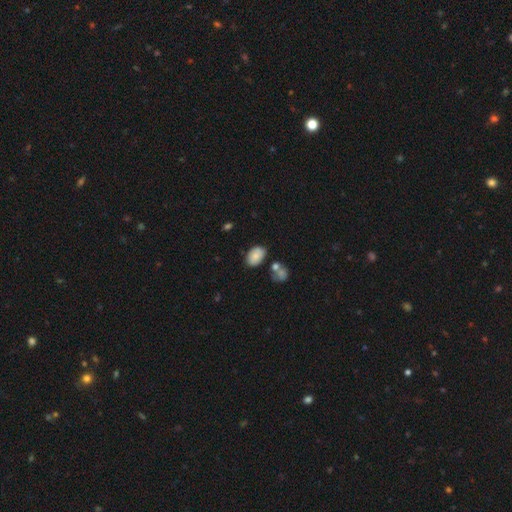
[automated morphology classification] type=smooth (82%); roundness=in between (86%); merging=none (67%).